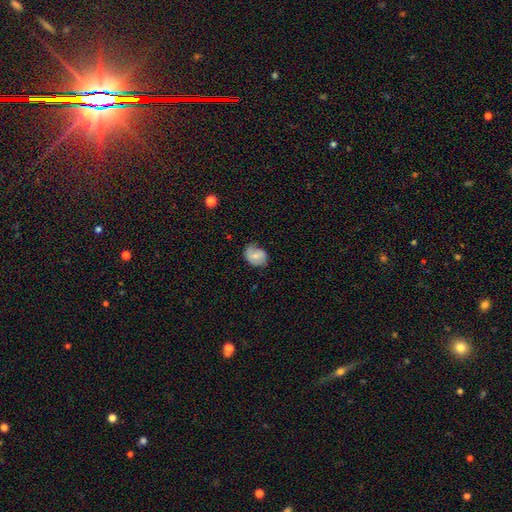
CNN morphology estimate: Smooth or featured? Predicted: smooth (p=0.61). How rounded? Predicted: in between (p=0.54). Merging? Predicted: none (p=0.55).